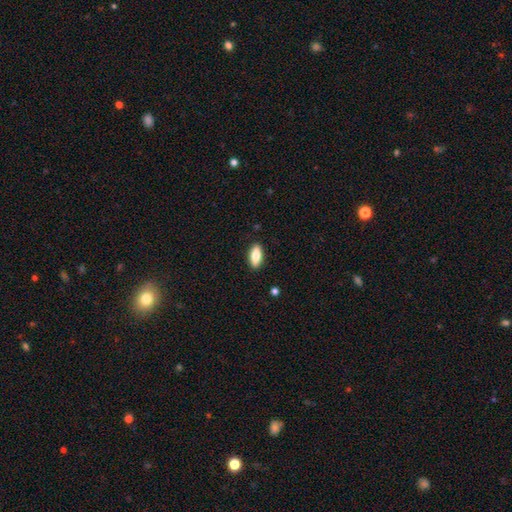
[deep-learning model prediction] Morphology: type=smooth (78%); roundness=in between (79%); merging=none (89%).